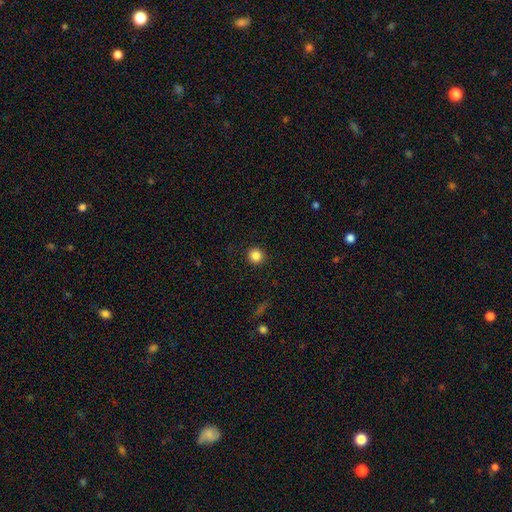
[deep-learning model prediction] Morphology: type=smooth (86%); roundness=round (94%); merging=none (92%).